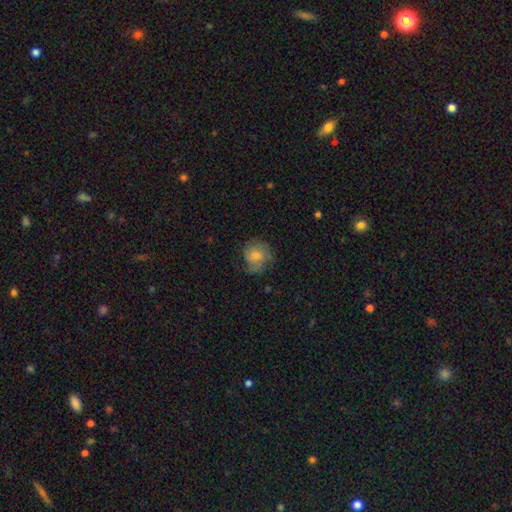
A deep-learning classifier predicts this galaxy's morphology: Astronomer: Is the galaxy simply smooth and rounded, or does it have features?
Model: smooth — 52% (runner-up: featured or disk, 37%).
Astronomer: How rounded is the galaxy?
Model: round — 82%.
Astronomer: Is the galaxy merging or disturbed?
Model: none — 65%.